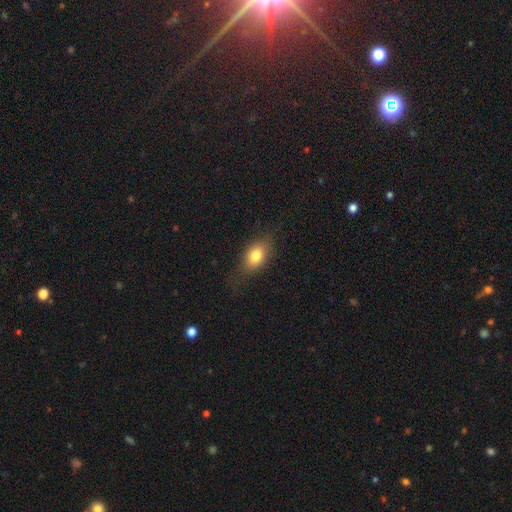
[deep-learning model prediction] Morphology: type=smooth (78%); roundness=in between (79%); merging=none (74%).